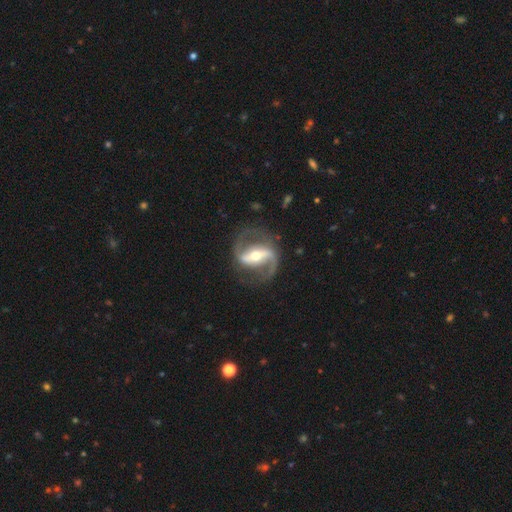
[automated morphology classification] Smooth or featured? featured or disk (91%)
Edge-on disk? no (97%)
Bar? strong (61%)
Spiral arms? yes (96%)
Spiral winding? medium (51%)
Spiral arm count? 2 (92%)
Bulge size? moderate (63%)
Merging? none (79%)